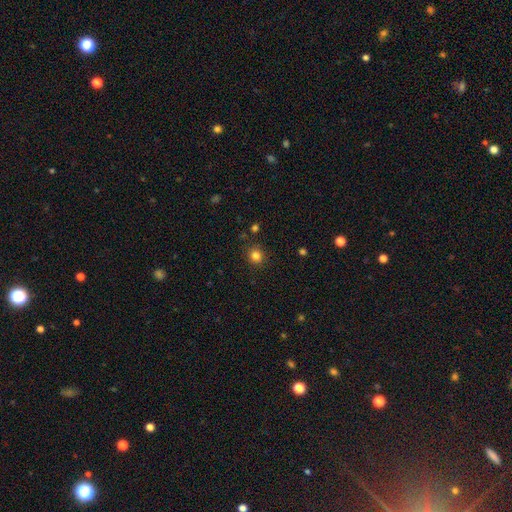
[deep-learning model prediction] smooth-or-featured: smooth: 82% | star or artifact: 13% | featured or disk: 5%
  how-rounded: round: 87% | in between: 12% | cigar-shaped: 1%
  merging: none: 88% | minor disturbance: 8% | major disturbance: 2% | merger: 2%